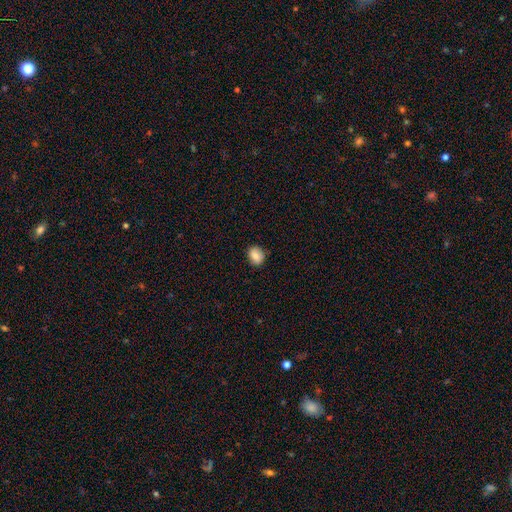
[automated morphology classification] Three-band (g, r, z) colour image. It shows a smooth galaxy with no disk features (83%) that is round (56%). Merging: none (83%).